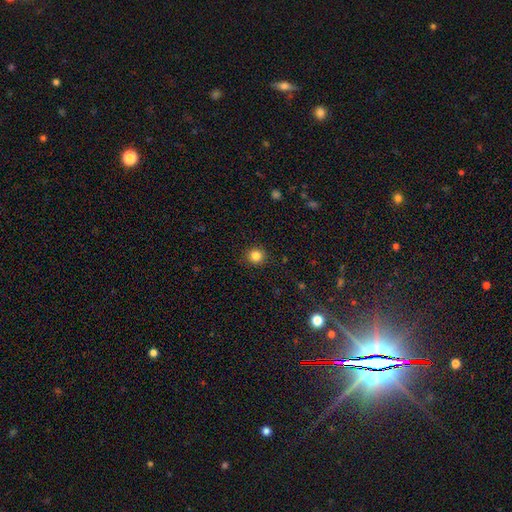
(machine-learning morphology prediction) This is clearly a smooth galaxy (84%). How rounded: clearly round (91%). Merging: clearly none (91%).